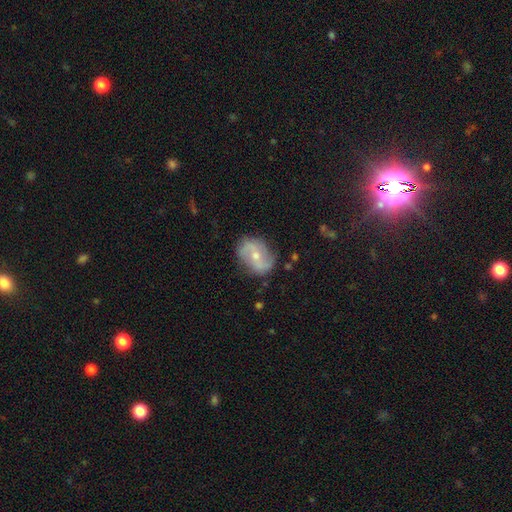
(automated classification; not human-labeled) smooth_or_featured: featured or disk (p=0.74) [alt: smooth p=0.19]
disk_edge_on: no (p=0.96) [alt: yes p=0.04]
bar: no (p=0.46) [alt: weak p=0.37]
has_spiral_arms: yes (p=0.90) [alt: no p=0.10]
spiral_winding: loose (p=0.51) [alt: medium p=0.35]
spiral_arm_count: 2 (p=0.89) [alt: can't tell p=0.06]
bulge_size: small (p=0.51) [alt: moderate p=0.45]
merging: none (p=0.78) [alt: minor disturbance p=0.16]